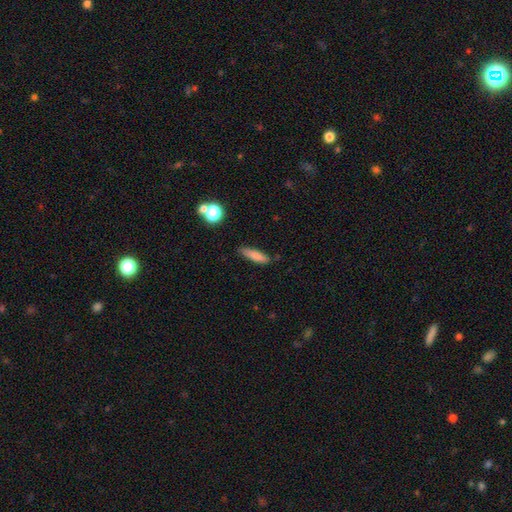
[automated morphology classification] Smooth or featured? smooth (80%)
How rounded? cigar-shaped (66%)
Merging? none (81%)